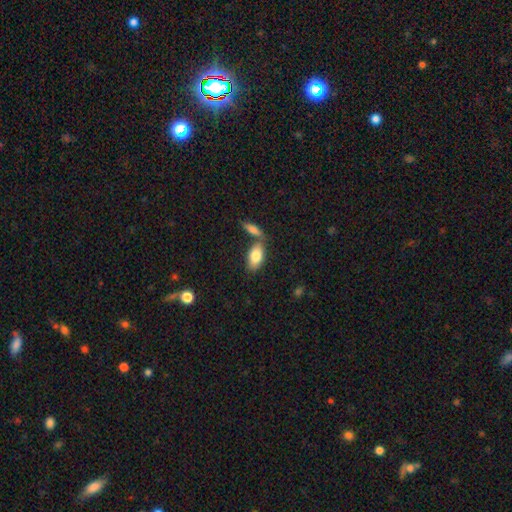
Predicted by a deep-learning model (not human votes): smooth 81%, featured or disk 13%, star or artifact 6%. Down the decision tree: how rounded — in between (91%); merging — none (56%).